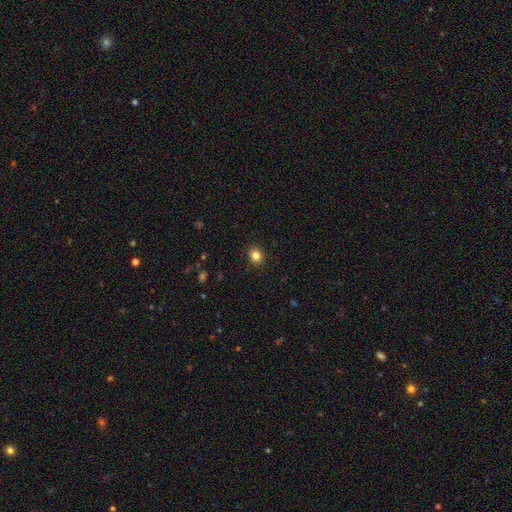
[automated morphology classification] This appears to be a smooth galaxy with no disk features (84%) that is round (61%). Merging: none (90%).